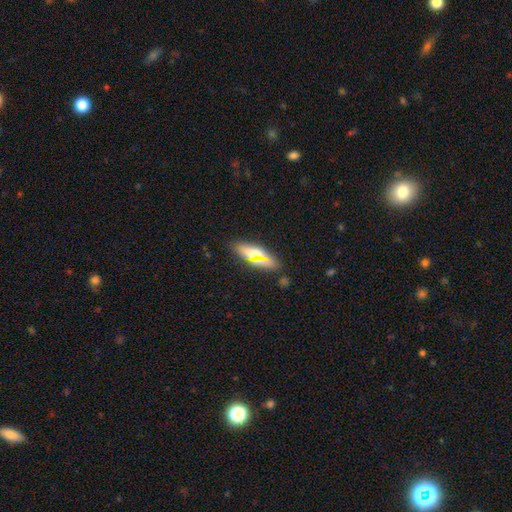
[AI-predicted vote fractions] This appears to be a smooth galaxy with no disk features (64%) that is in between round and cigar-shaped (65%). Merging: none (82%).